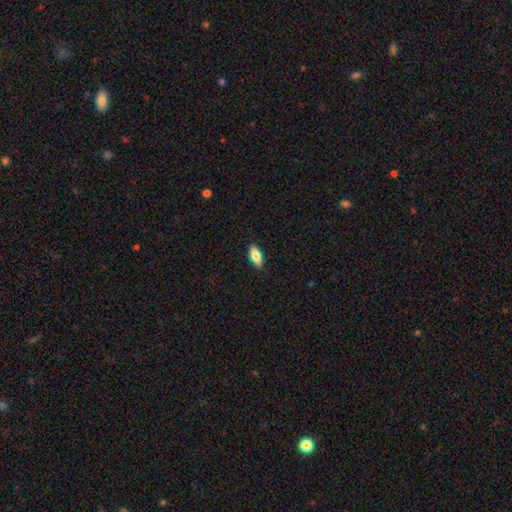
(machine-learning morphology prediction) This appears to be a smooth galaxy with no disk features (75%) that is in between round and cigar-shaped (82%). Merging: none (89%).